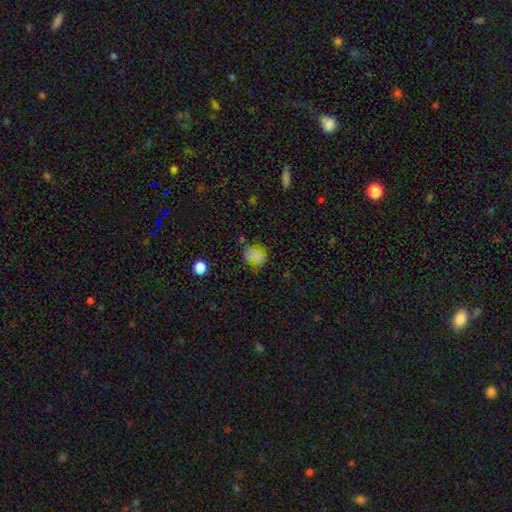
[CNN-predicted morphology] The model was most divided on "how rounded": round: 56%, in between: 42%, cigar-shaped: 1%. More confident: smooth or featured — smooth (65%); merging — none (50%).